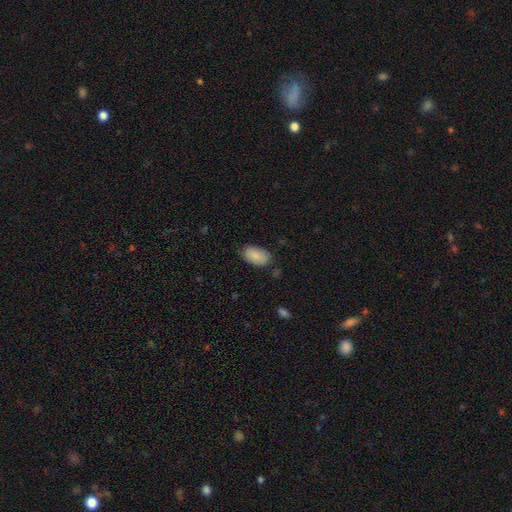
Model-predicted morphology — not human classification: A smooth galaxy with no disk features (87%) that is in between round and cigar-shaped (94%).

Vote fractions:
- Smooth or featured? smooth: 87% / featured or disk: 6% / star or artifact: 6%
- How rounded? in between: 94% / round: 4% / cigar-shaped: 2%
- Merging? none: 81% / minor disturbance: 15% / major disturbance: 3% / merger: 2%